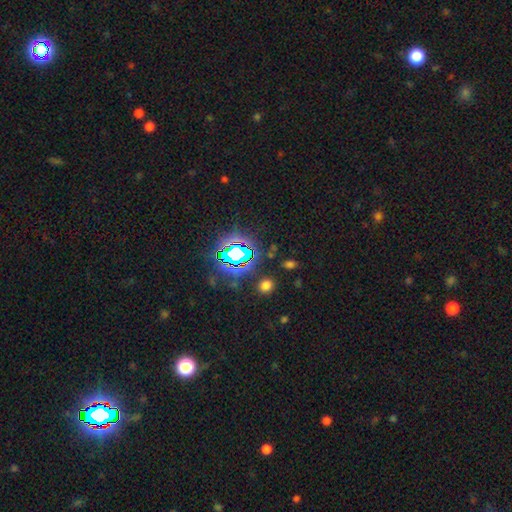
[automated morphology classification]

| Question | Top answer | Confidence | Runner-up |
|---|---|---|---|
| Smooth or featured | star or artifact | 83% | smooth (10%) |